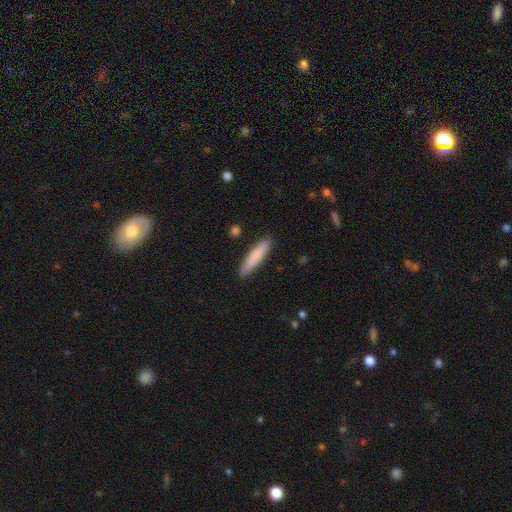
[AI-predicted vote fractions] This appears to be a smooth galaxy with no disk features (81%) that is cigar-shaped (88%). Merging: none (89%).